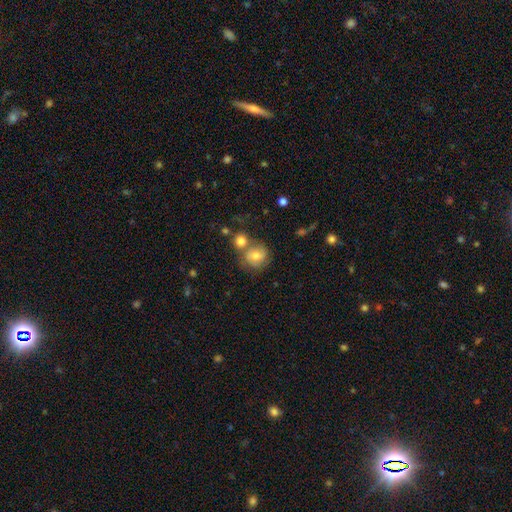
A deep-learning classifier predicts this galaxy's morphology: type=smooth (64%); roundness=round (80%); merging=none (48%).